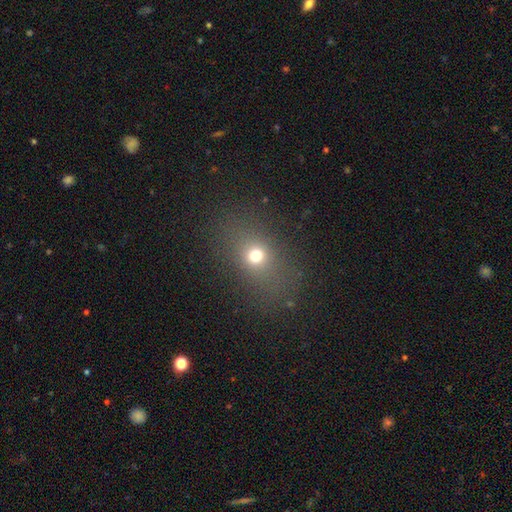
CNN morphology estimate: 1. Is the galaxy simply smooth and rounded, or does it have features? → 67% smooth, 21% star or artifact, 12% featured or disk.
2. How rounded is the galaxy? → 52% in between, 45% round, 3% cigar-shaped.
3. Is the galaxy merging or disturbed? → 79% none, 12% minor disturbance, 7% major disturbance, 2% merger.